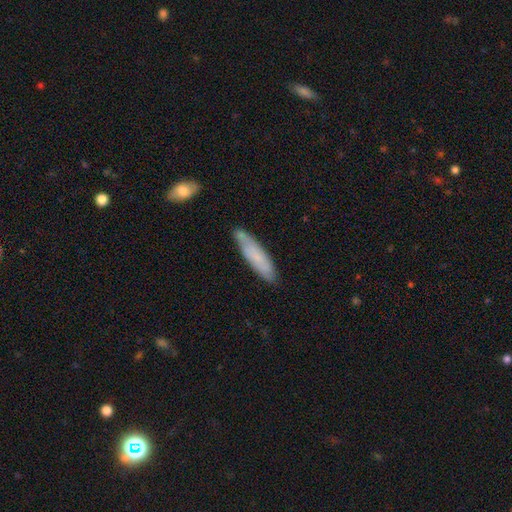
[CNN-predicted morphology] The model was most divided on "smooth or featured": smooth: 68%, featured or disk: 25%, star or artifact: 7%. More confident: how rounded — cigar-shaped (75%); merging — none (75%).